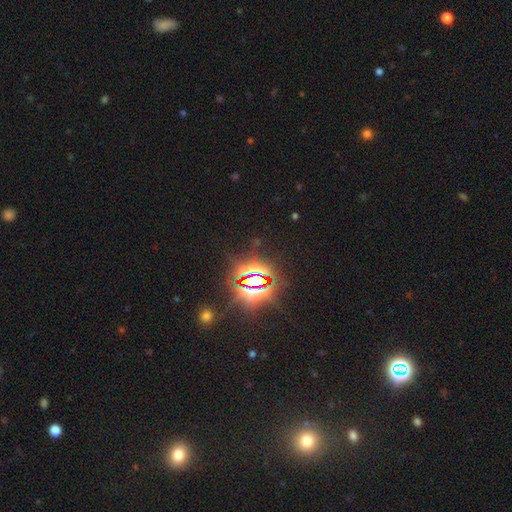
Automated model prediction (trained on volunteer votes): This is clearly a star or artifact rather than a galaxy (84%).